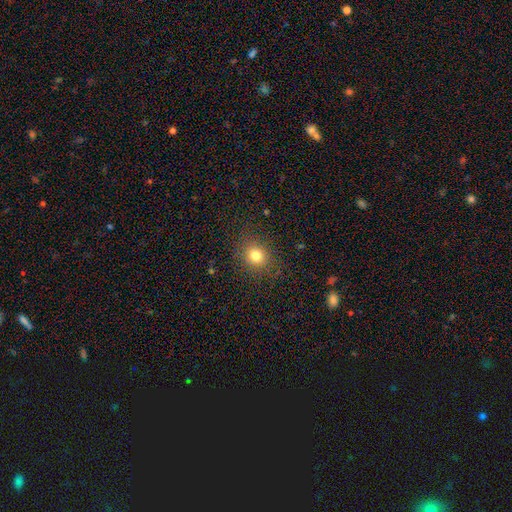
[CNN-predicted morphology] smooth 77%, star or artifact 15%, featured or disk 7%. Down the decision tree: how rounded — round (79%); merging — none (87%).